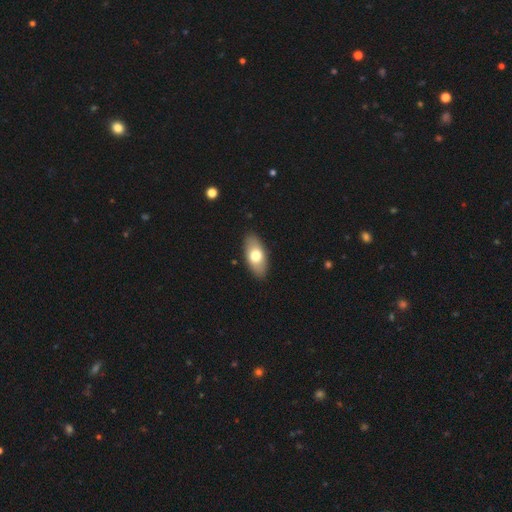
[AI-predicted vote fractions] Morphology: type=smooth (70%); roundness=in between (89%); merging=none (89%).